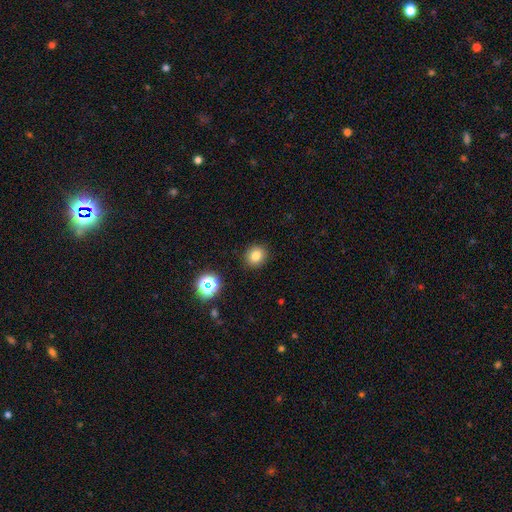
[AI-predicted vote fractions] Smooth or featured: smooth — 80% (star or artifact — 14%)
How rounded: round — 79% (in between — 20%)
Merging: none — 89% (minor disturbance — 7%)